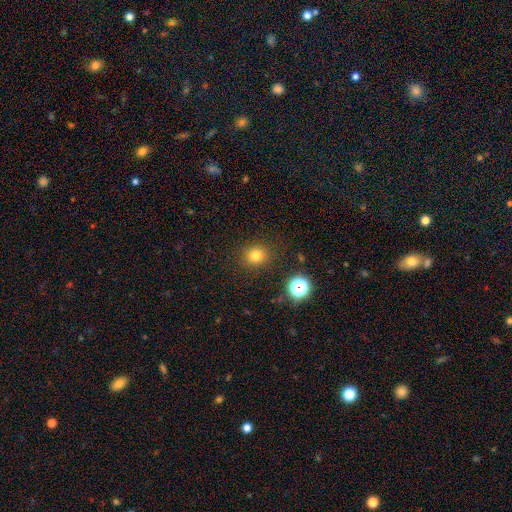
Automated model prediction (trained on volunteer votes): This appears to be a smooth galaxy with no disk features (78%) that is round (83%). Merging: none (87%).